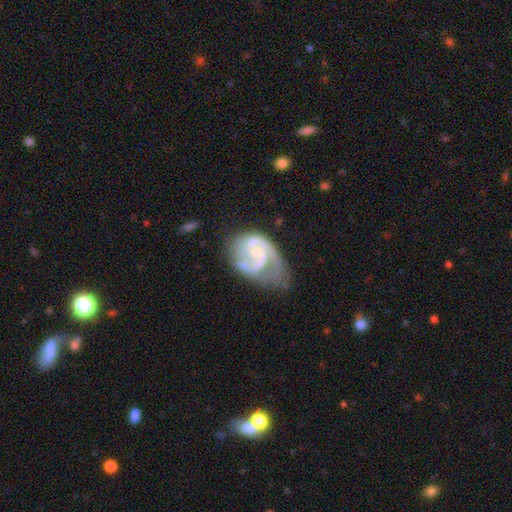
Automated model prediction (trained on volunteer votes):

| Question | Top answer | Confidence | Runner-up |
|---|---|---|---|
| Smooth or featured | featured or disk | 83% | smooth (11%) |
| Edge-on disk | no | 98% | yes (2%) |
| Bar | no | 54% | weak (38%) |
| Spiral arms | yes | 94% | no (6%) |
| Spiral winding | medium | 48% | tight (33%) |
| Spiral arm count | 2 | 67% | can't tell (11%) |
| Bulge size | small | 60% | moderate (22%) |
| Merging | none | 42% | minor disturbance (29%) |